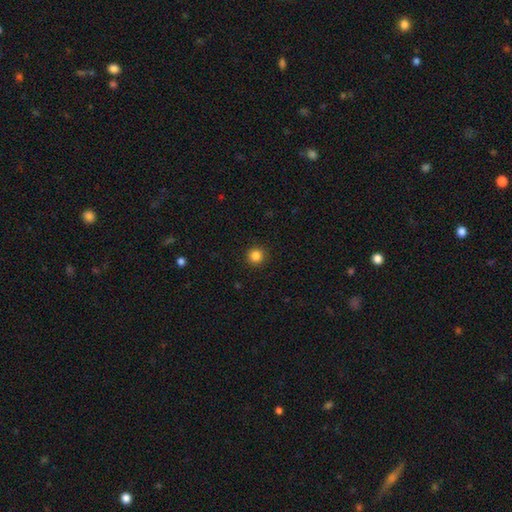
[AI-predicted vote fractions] Overall: smooth (85%). How rounded: round (95%). Merging: none (92%).